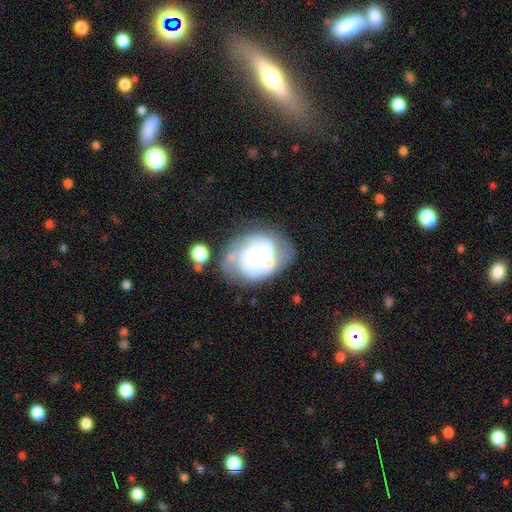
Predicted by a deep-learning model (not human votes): smooth-or-featured: featured or disk: 71% | smooth: 22% | star or artifact: 7%
  disk-edge-on: no: 98% | yes: 2%
    bar: no: 76% | weak: 19% | strong: 4%
    has-spiral-arms: yes: 73% | no: 27%
      spiral-winding: tight: 49% | medium: 36% | loose: 16%
      spiral-arm-count: 2: 39% | can't tell: 31% | 3: 14% | 1: 10% | 4: 3% | more than 4: 3%
    bulge-size: moderate: 51% | small: 38% | large: 6% | none: 3% | dominant: 2%
  merging: none: 39% | merger: 22% | minor disturbance: 21% | major disturbance: 18%